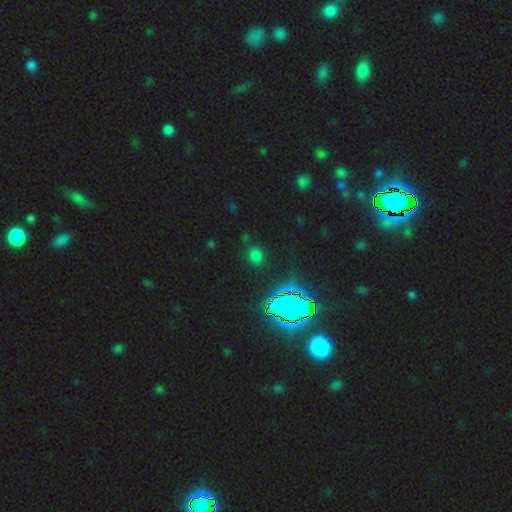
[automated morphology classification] smooth-or-featured: smooth: 49% | star or artifact: 44% | featured or disk: 7%
  merging: none: 86% | minor disturbance: 8% | major disturbance: 4% | merger: 2%